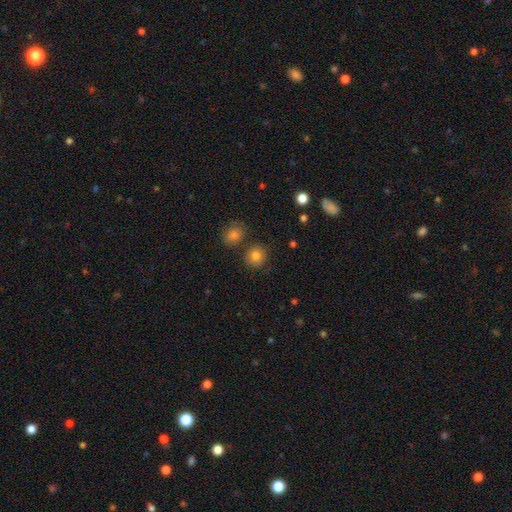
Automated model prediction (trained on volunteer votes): Smooth or featured? Predicted: smooth (p=0.81). How rounded? Predicted: round (p=0.86). Merging? Predicted: none (p=0.80).